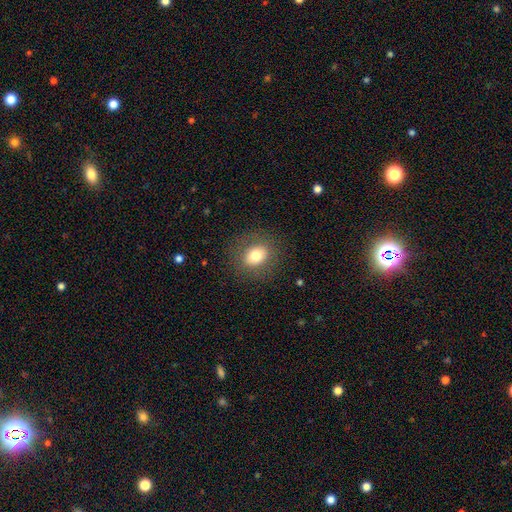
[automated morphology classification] A smooth galaxy with no disk features (76%) that is round (57%). Merging: none (84%).